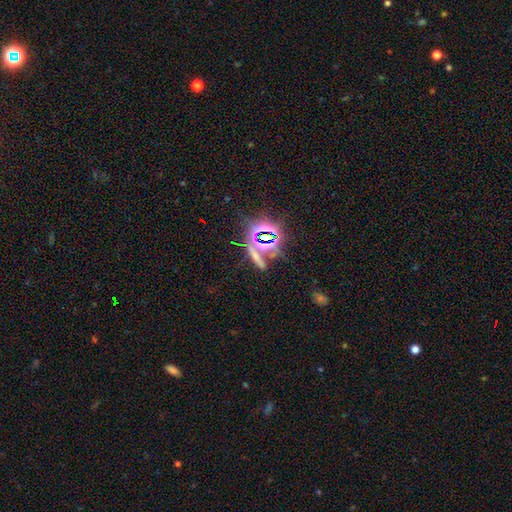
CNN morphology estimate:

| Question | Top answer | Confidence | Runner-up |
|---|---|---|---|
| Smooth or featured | star or artifact | 55% | smooth (29%) |